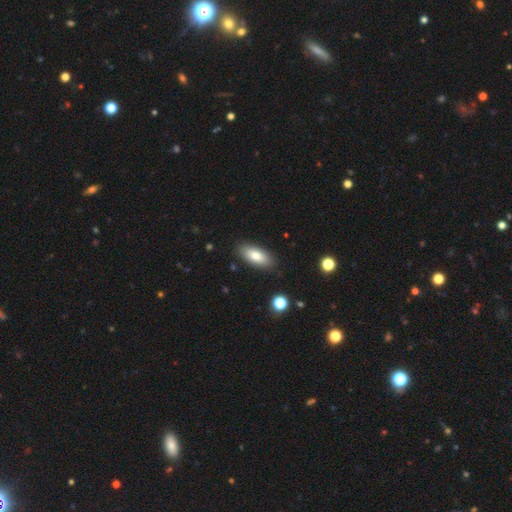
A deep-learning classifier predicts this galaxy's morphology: Q: Smooth or featured?
A: smooth (79%); runner-up: featured or disk (15%)
Q: How rounded?
A: in between (84%); runner-up: cigar-shaped (14%)
Q: Merging?
A: none (86%); runner-up: minor disturbance (10%)